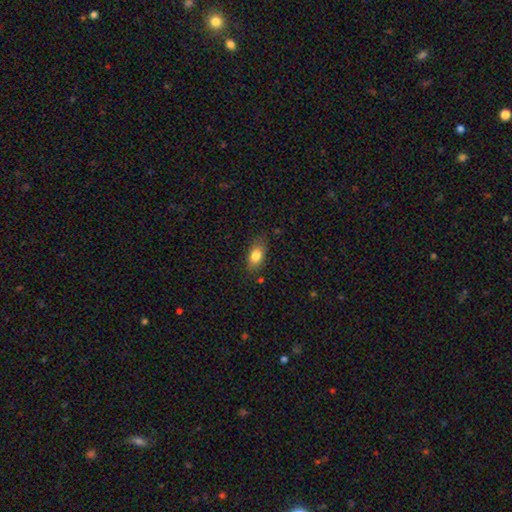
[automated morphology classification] Smooth or featured?
  - smooth: 81% *
  - featured or disk: 11%
  - star or artifact: 8%
How rounded?
  - in between: 85% *
  - round: 9%
  - cigar-shaped: 6%
Merging?
  - none: 77% *
  - minor disturbance: 17%
  - major disturbance: 4%
  - merger: 2%